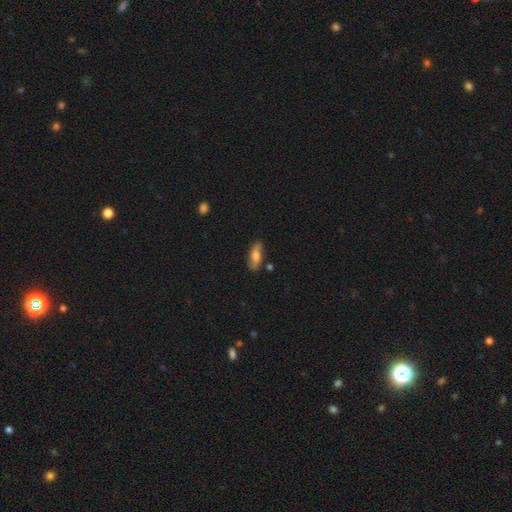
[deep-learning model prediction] Smooth or featured? Predicted: smooth (p=0.59). How rounded? Predicted: in between (p=0.69). Merging? Predicted: none (p=0.79).